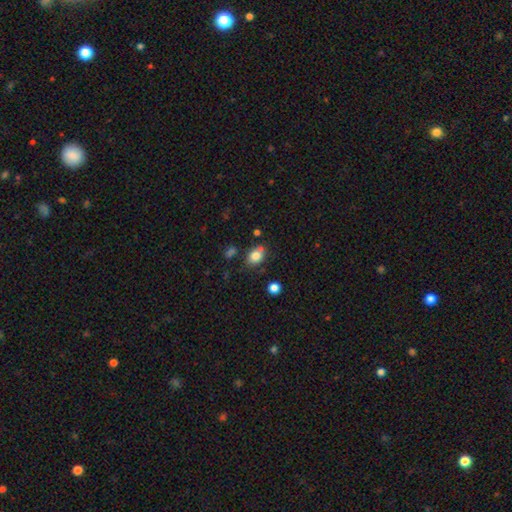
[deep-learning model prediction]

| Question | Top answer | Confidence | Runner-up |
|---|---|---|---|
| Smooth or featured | smooth | 81% | star or artifact (10%) |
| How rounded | in between | 64% | round (35%) |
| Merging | none | 70% | minor disturbance (18%) |